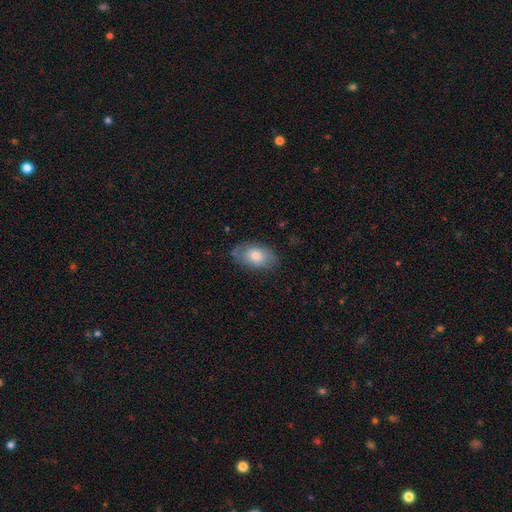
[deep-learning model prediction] Overall: smooth (66%; featured or disk 27%). How rounded: in between (90%). Merging: none (75%).